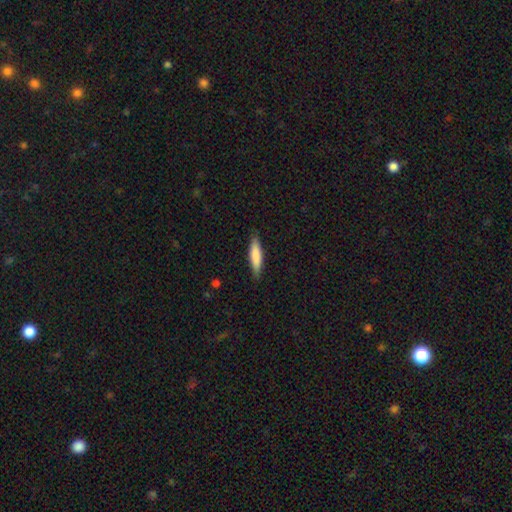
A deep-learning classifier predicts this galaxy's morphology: A smooth galaxy with no disk features (78%) that is cigar-shaped (78%).

Vote fractions:
- Smooth or featured? smooth: 78% / featured or disk: 16% / star or artifact: 6%
- How rounded? cigar-shaped: 78% / in between: 21% / round: 1%
- Merging? none: 85% / minor disturbance: 12% / major disturbance: 2% / merger: 1%